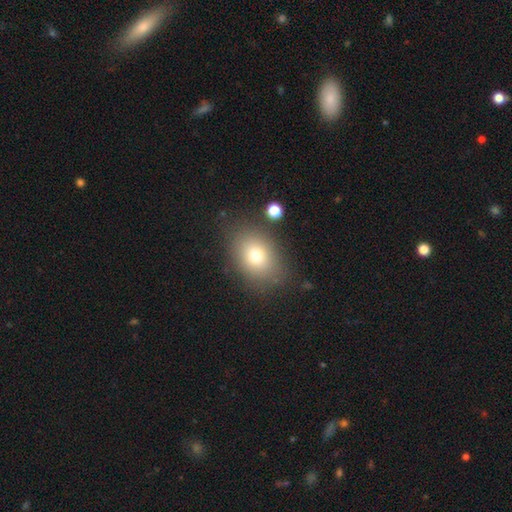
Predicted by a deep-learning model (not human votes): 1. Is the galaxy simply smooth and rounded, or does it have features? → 75% smooth, 13% featured or disk, 13% star or artifact.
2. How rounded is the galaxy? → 67% in between, 32% round, 1% cigar-shaped.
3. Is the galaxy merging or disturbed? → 81% none, 11% minor disturbance, 5% major disturbance, 3% merger.